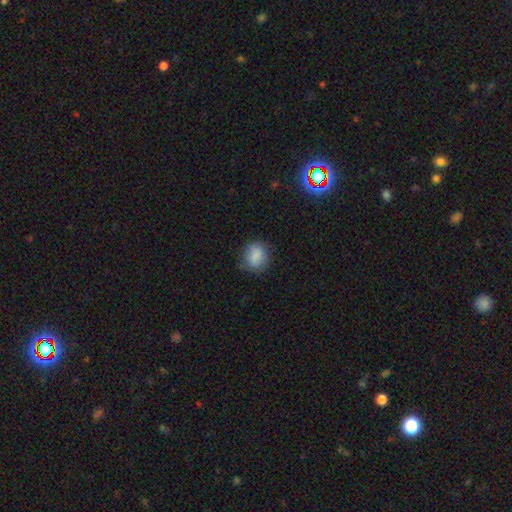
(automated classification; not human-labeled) This is clearly a smooth galaxy (86%). How rounded: likely round (60%). Merging: likely none (77%).